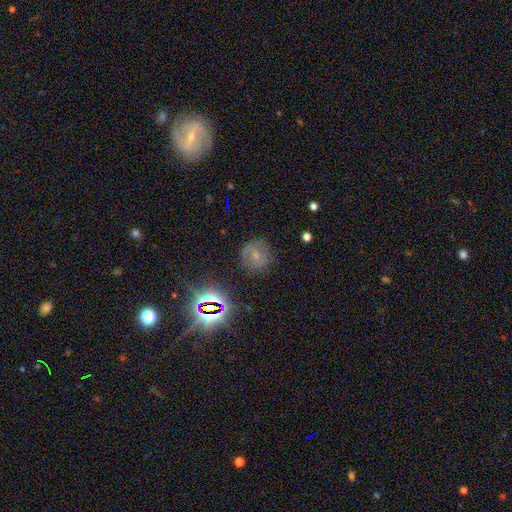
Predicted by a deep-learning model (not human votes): Smooth or featured? Predicted: smooth (p=0.36). Merging? Predicted: none (p=0.79).